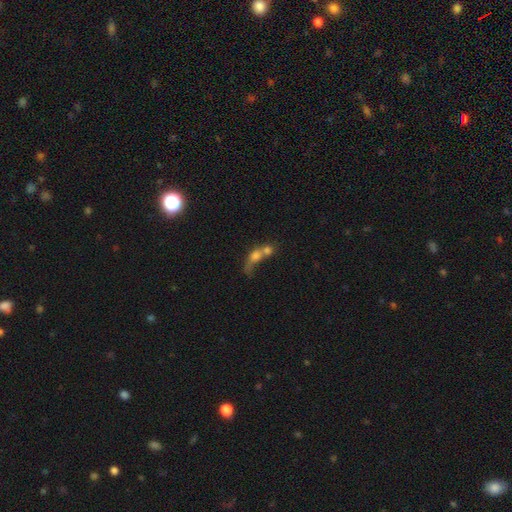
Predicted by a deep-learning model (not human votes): Smooth or featured? smooth (60%)
How rounded? round (47%)
Merging? merger (69%)